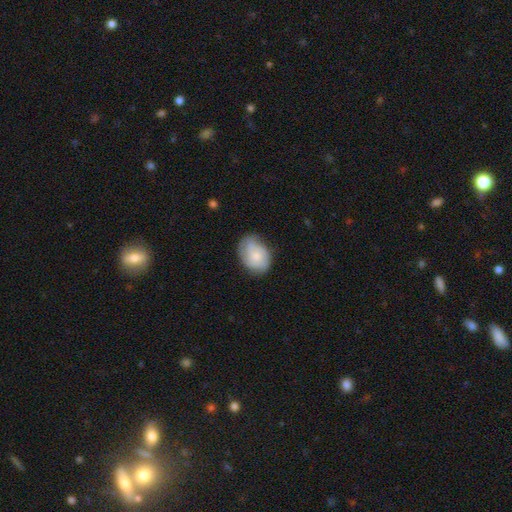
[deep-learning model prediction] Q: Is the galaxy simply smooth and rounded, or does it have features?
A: smooth — 55%.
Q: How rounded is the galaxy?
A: in between — 70%.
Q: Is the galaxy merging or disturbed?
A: none — 61%.